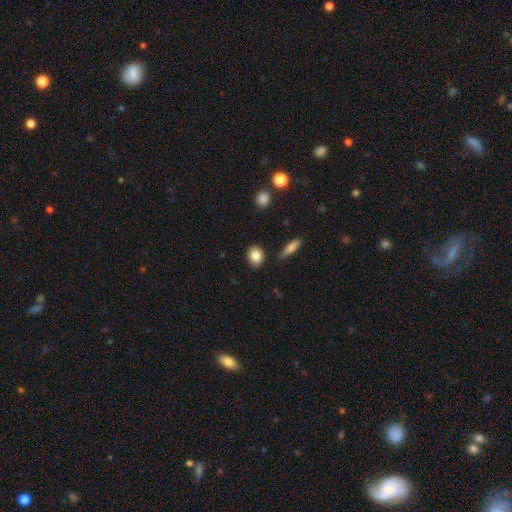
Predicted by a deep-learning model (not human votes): Smooth or featured? smooth (84%)
How rounded? round (54%)
Merging? none (86%)